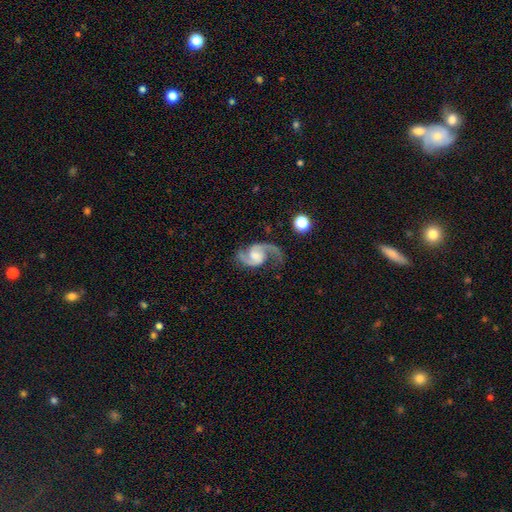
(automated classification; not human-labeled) Overall: featured or disk (91%). Edge-on disk: no (98%). Bar: no (49%; weak 41%). Spiral arms: yes (98%). Spiral arm count: 2 (92%). Spiral winding: medium (51%; loose 38%). Bulge size: moderate (35%; small 25%). Merging: none (68%).